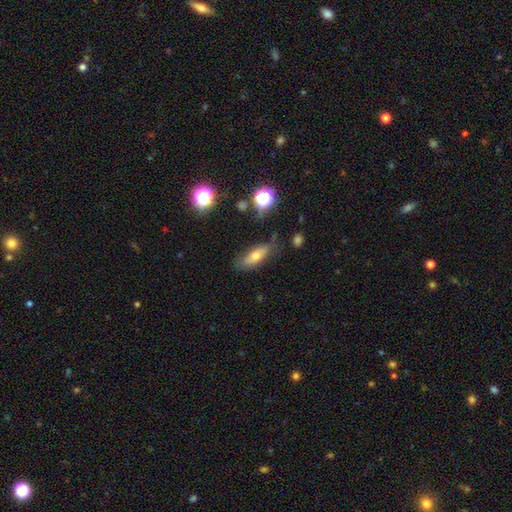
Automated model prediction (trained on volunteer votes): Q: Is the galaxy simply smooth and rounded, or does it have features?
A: smooth — 59%.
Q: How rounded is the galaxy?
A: in between — 61%.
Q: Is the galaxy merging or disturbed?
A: none — 74%.